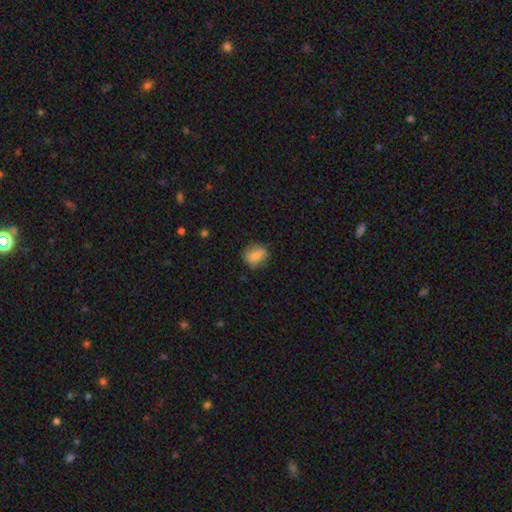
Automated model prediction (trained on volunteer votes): This appears to be a smooth galaxy with no disk features (73%) that is round (55%). Merging: none (74%).